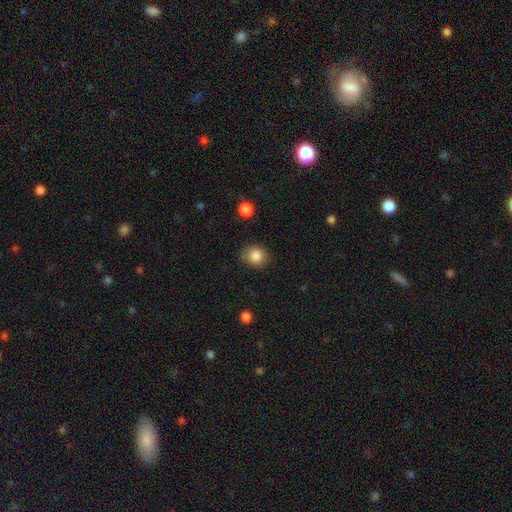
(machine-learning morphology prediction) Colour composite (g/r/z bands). It shows a smooth galaxy with no disk features (85%) that is round (75%). Merging: none (79%).